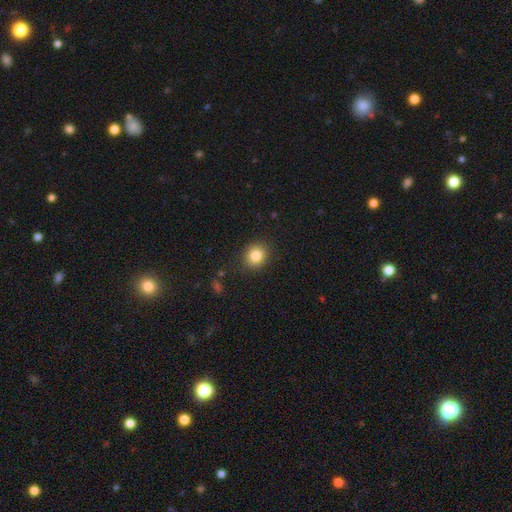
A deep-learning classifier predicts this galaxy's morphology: This is clearly a smooth galaxy (83%). How rounded: clearly round (81%). Merging: clearly none (87%).